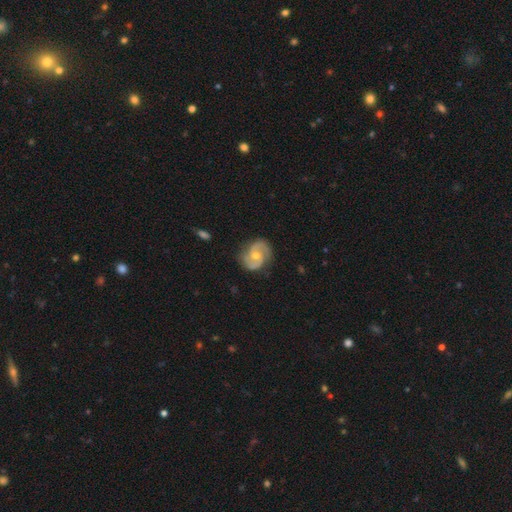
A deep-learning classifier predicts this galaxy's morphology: Overall: featured or disk (85%). Edge-on disk: no (98%). Bar: no (59%; weak 34%). Spiral arms: yes (96%). Spiral arm count: 2 (90%). Spiral winding: medium (51%; tight 29%). Bulge size: moderate (60%; small 36%). Merging: none (81%).